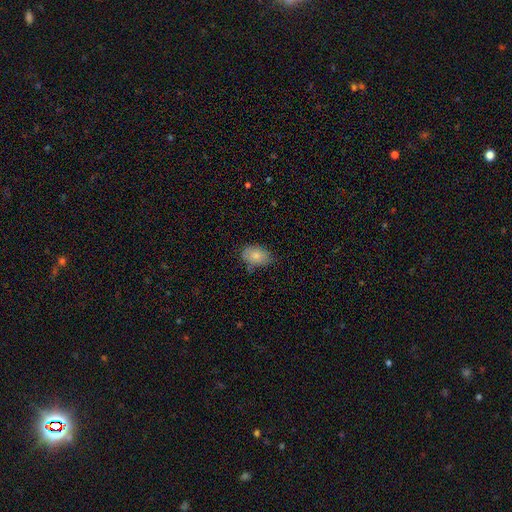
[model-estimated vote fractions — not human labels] A smooth galaxy with no disk features (82%) that is in between round and cigar-shaped (85%).

Vote fractions:
- Smooth or featured? smooth: 82% / featured or disk: 11% / star or artifact: 7%
- How rounded? in between: 85% / round: 13% / cigar-shaped: 1%
- Merging? none: 68% / minor disturbance: 25% / major disturbance: 5% / merger: 2%